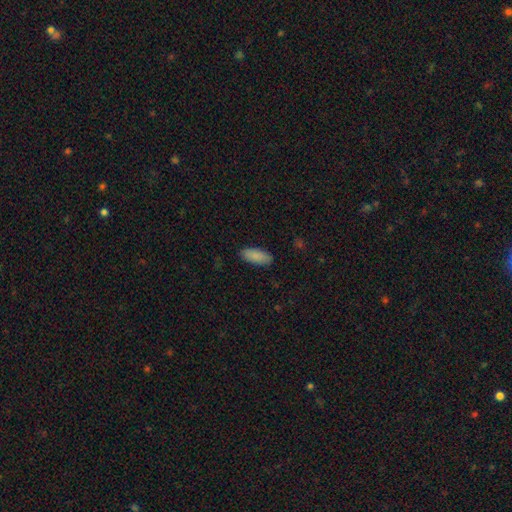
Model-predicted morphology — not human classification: smooth-or-featured: smooth: 88% | star or artifact: 6% | featured or disk: 6%
  how-rounded: in between: 82% | cigar-shaped: 16% | round: 2%
  merging: none: 88% | minor disturbance: 9% | major disturbance: 2% | merger: 1%